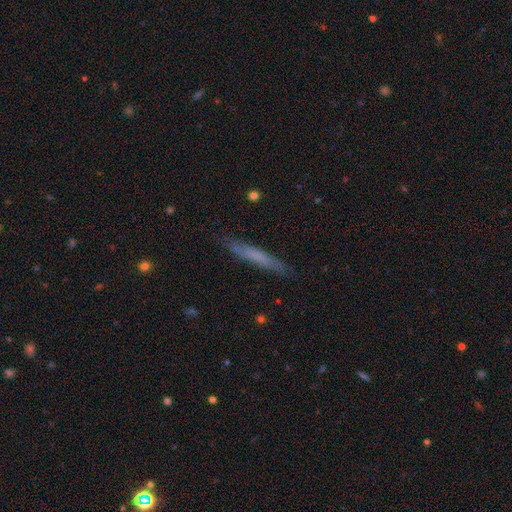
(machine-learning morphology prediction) Q: Smooth or featured?
A: smooth (58%); runner-up: featured or disk (35%)
Q: How rounded?
A: cigar-shaped (95%); runner-up: in between (4%)
Q: Merging?
A: none (86%); runner-up: minor disturbance (11%)